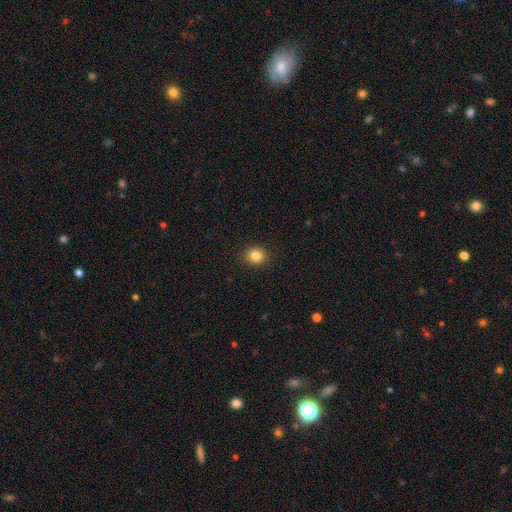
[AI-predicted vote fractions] Smooth or featured: smooth — 84% (star or artifact — 11%)
How rounded: round — 76% (in between — 24%)
Merging: none — 91% (minor disturbance — 6%)